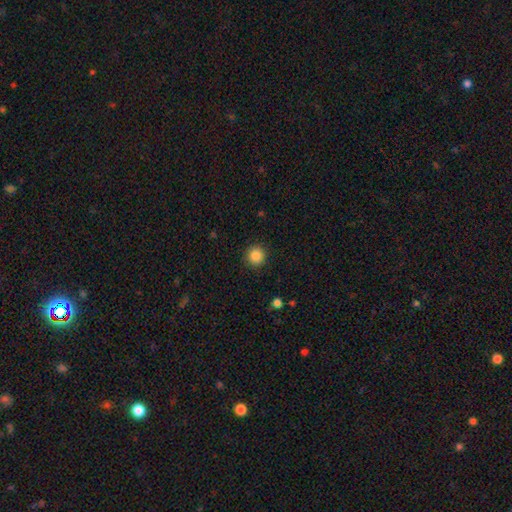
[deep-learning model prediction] The model was most divided on "smooth or featured": smooth: 86%, star or artifact: 10%, featured or disk: 4%. More confident: how rounded — round (95%); merging — none (92%).